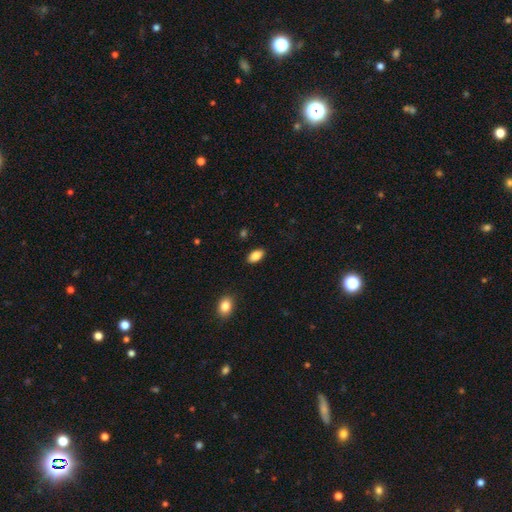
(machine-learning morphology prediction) smooth_or_featured: smooth (p=0.85) [alt: featured or disk p=0.08]
how_rounded: in between (p=0.93) [alt: cigar-shaped p=0.04]
merging: none (p=0.89) [alt: minor disturbance p=0.08]